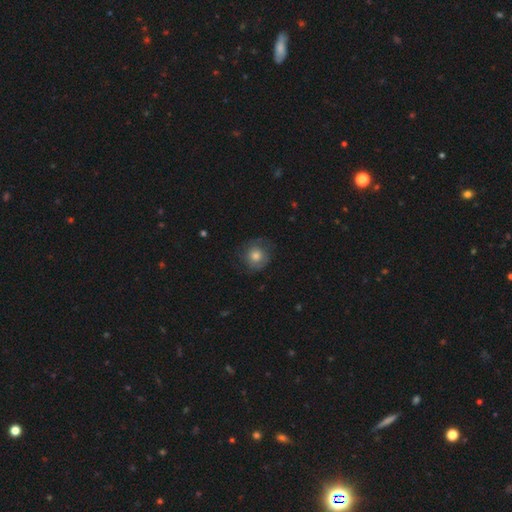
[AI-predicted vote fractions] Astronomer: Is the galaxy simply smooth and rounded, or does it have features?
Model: smooth — 63%.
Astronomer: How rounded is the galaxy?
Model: round — 87%.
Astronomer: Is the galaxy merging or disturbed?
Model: none — 70%.